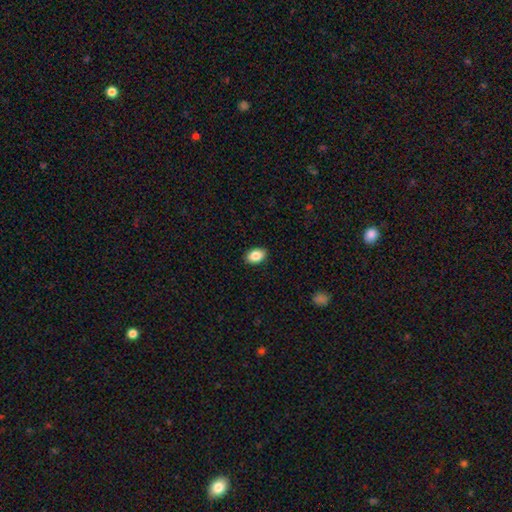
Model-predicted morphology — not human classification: smooth 86%, star or artifact 8%, featured or disk 7%. Down the decision tree: how rounded — in between (86%); merging — none (90%).